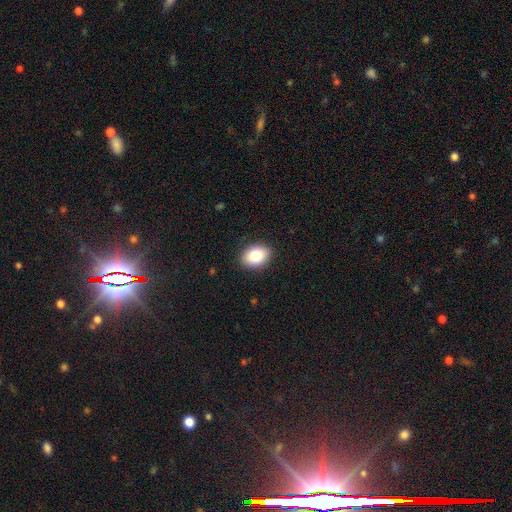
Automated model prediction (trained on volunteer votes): A smooth galaxy with no disk features (84%) that is in between round and cigar-shaped (75%).

Vote fractions:
- Smooth or featured? smooth: 84% / featured or disk: 8% / star or artifact: 8%
- How rounded? in between: 75% / round: 24% / cigar-shaped: 1%
- Merging? none: 89% / minor disturbance: 8% / major disturbance: 2% / merger: 1%